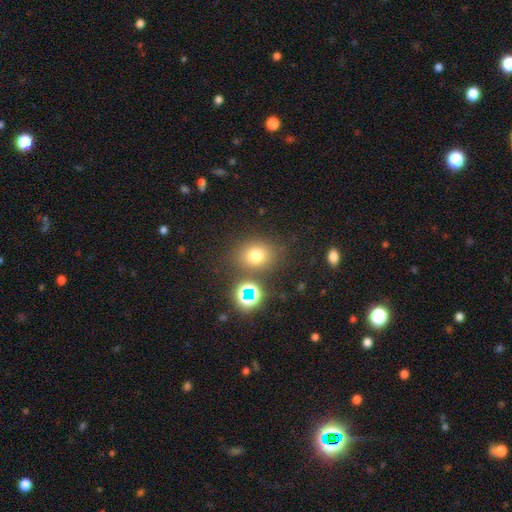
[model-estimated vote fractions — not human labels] The model was most divided on "how rounded": round: 62%, in between: 37%, cigar-shaped: 1%. More confident: merging — none (76%); smooth or featured — smooth (72%).